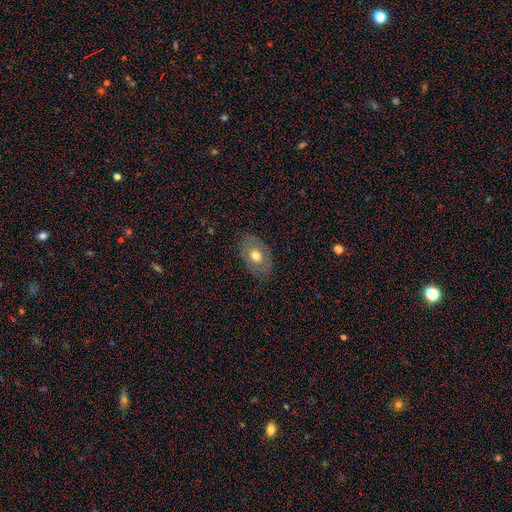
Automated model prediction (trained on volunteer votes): Smooth or featured?
  - smooth: 58% *
  - featured or disk: 35%
  - star or artifact: 7%
How rounded?
  - in between: 83% *
  - round: 16%
  - cigar-shaped: 1%
Merging?
  - none: 78% *
  - minor disturbance: 16%
  - major disturbance: 5%
  - merger: 1%